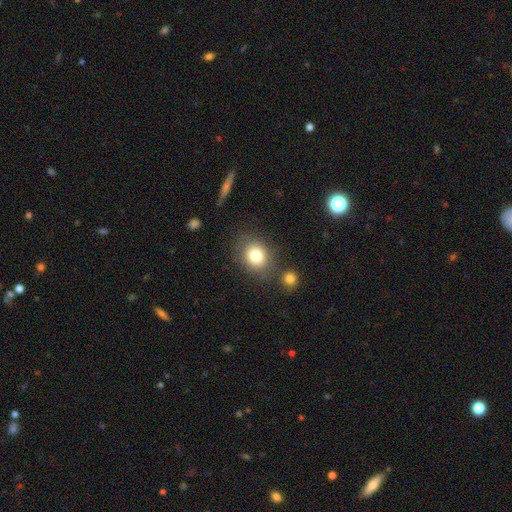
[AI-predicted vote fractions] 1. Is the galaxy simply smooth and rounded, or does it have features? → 80% smooth, 10% star or artifact, 10% featured or disk.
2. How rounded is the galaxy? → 64% round, 35% in between, 1% cigar-shaped.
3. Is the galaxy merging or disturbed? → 75% none, 13% minor disturbance, 8% merger, 5% major disturbance.